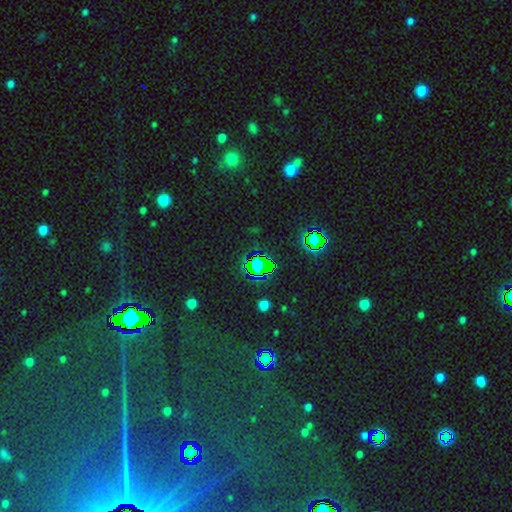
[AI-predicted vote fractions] Smooth or featured: star or artifact — 77% (smooth — 14%)